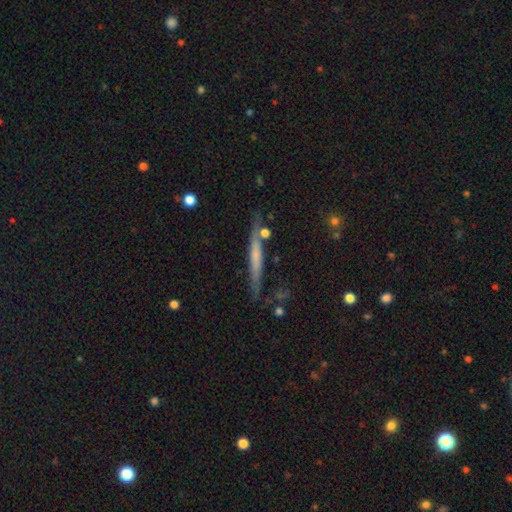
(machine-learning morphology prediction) Q: Smooth or featured?
A: featured or disk (49%); runner-up: smooth (44%)
Q: Merging?
A: none (76%); runner-up: minor disturbance (15%)